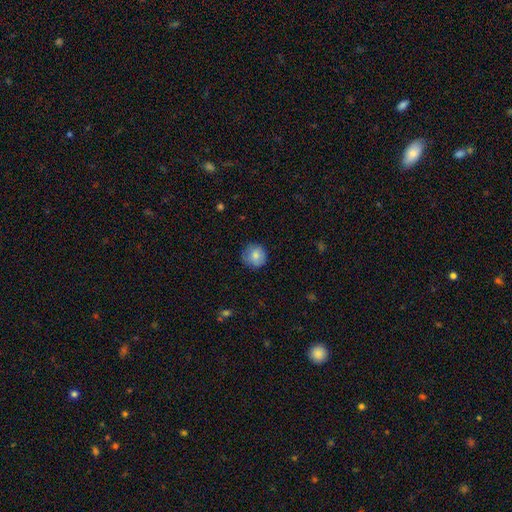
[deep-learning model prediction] A smooth galaxy with no disk features (81%) that is round (92%). Merging: none (79%).